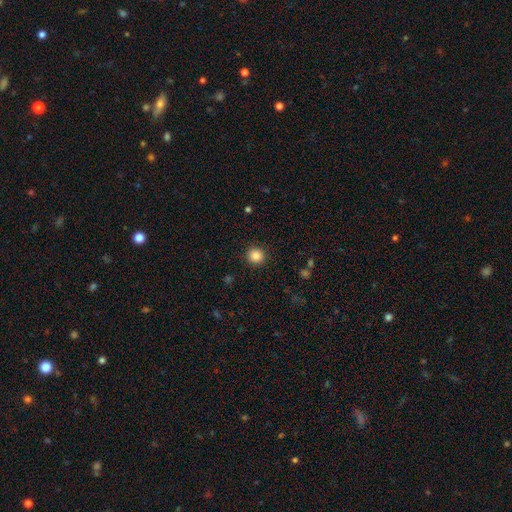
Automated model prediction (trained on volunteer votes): This is clearly a smooth galaxy (86%). How rounded: clearly round (93%). Merging: clearly none (91%).